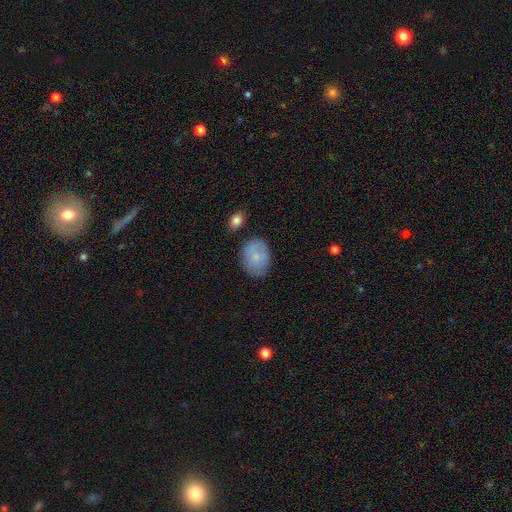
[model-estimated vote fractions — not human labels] Morphology: type=smooth (78%); roundness=in between (67%); merging=none (74%).